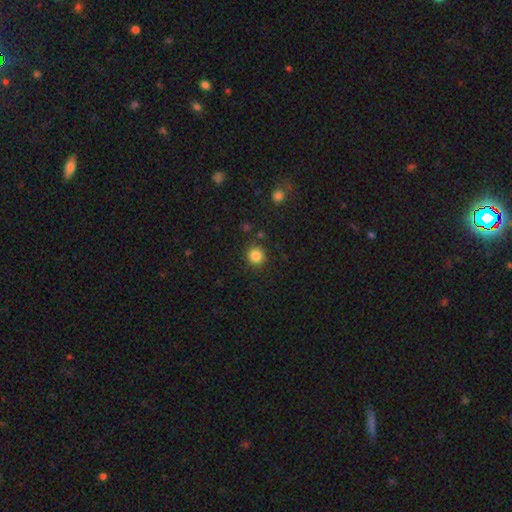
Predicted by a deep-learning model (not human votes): Smooth or featured: smooth — 84% (star or artifact — 11%)
How rounded: round — 90% (in between — 9%)
Merging: none — 88% (minor disturbance — 7%)